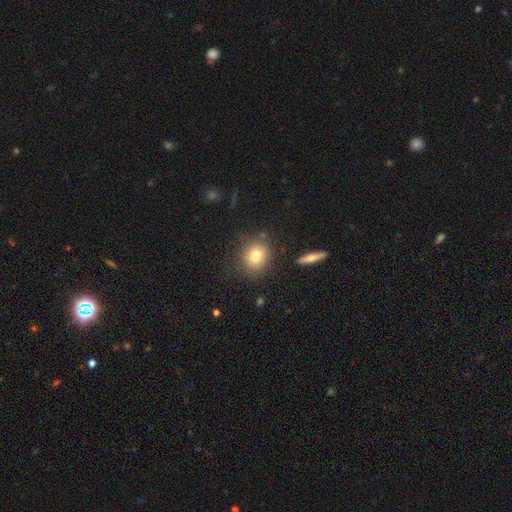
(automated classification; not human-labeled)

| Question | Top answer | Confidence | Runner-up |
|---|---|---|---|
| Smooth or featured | smooth | 78% | featured or disk (12%) |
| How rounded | round | 72% | in between (27%) |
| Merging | none | 80% | minor disturbance (12%) |